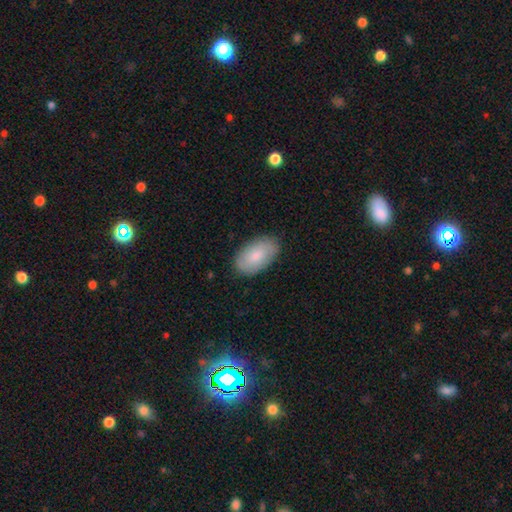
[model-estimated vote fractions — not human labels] smooth-or-featured: smooth: 81% | featured or disk: 13% | star or artifact: 6%
  how-rounded: in between: 95% | round: 4% | cigar-shaped: 2%
  merging: none: 85% | minor disturbance: 12% | major disturbance: 2% | merger: 1%